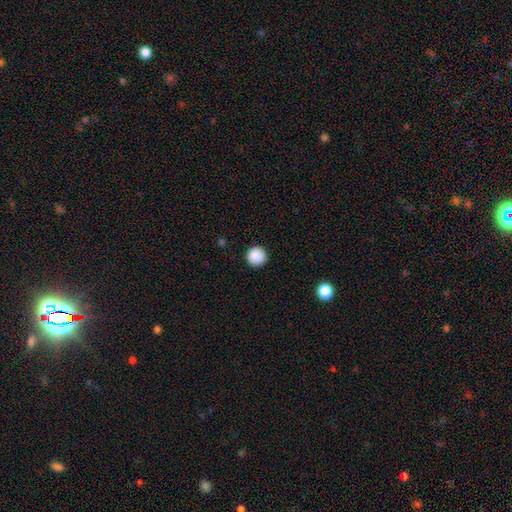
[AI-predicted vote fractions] Smooth or featured? Predicted: smooth (p=0.88). How rounded? Predicted: round (p=0.96). Merging? Predicted: none (p=0.91).